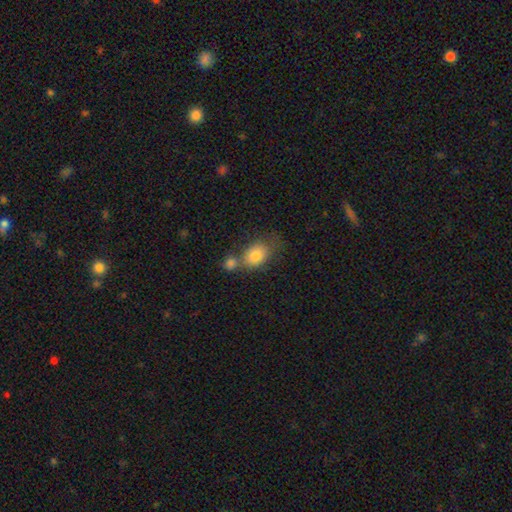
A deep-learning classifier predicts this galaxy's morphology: smooth 80%, featured or disk 11%, star or artifact 9%. Down the decision tree: how rounded — in between (70%); merging — merger (40%).